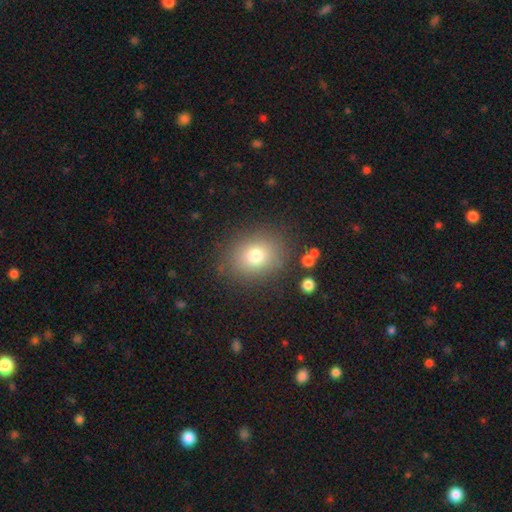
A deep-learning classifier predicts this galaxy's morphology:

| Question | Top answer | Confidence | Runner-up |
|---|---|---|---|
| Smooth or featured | smooth | 76% | star or artifact (13%) |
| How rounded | round | 55% | in between (44%) |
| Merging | none | 83% | minor disturbance (11%) |